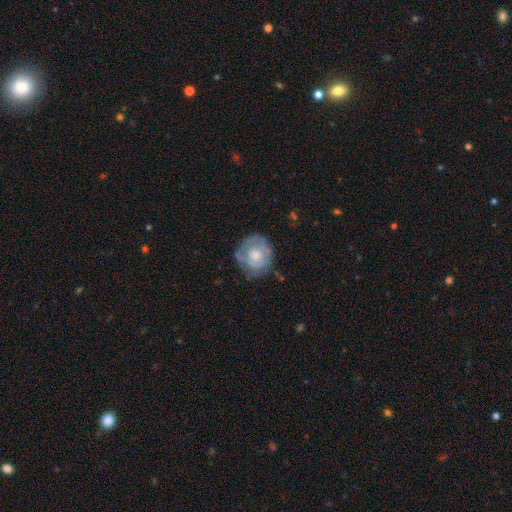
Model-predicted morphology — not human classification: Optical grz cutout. It shows a featured or disk galaxy (49%). Merging: none (60%).